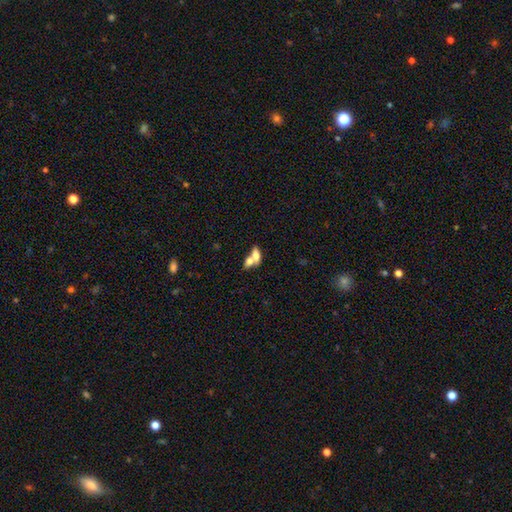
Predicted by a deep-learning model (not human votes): Smooth or featured: smooth — 67% (featured or disk — 24%)
How rounded: in between — 79% (cigar-shaped — 12%)
Merging: merger — 68% (none — 21%)